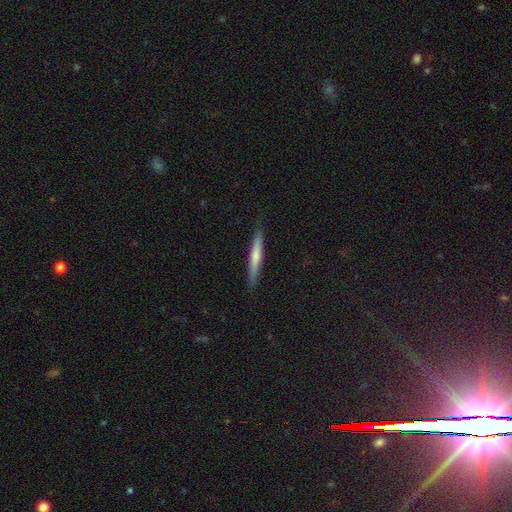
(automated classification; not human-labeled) Smooth or featured? smooth (58%)
How rounded? cigar-shaped (96%)
Merging? none (87%)